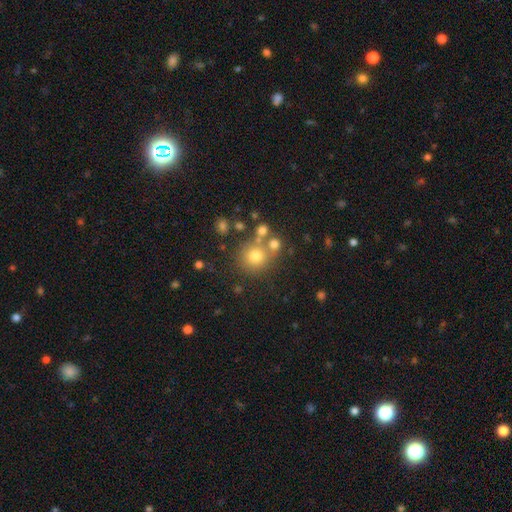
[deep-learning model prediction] Smooth or featured? Predicted: smooth (p=0.70). How rounded? Predicted: round (p=0.90). Merging? Predicted: none (p=0.67).